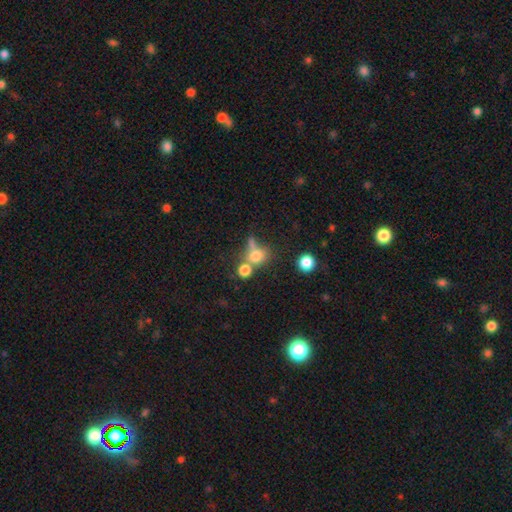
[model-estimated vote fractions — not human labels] A smooth galaxy with no disk features (72%) that is round (67%). Merging: merger (41%).